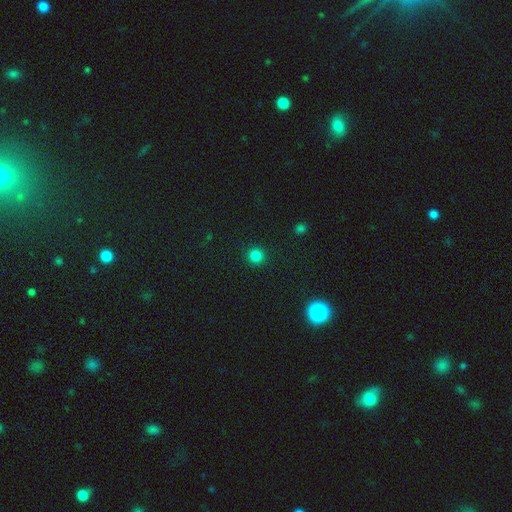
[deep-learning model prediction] Morphology: type=smooth (82%); roundness=round (94%); merging=none (92%).